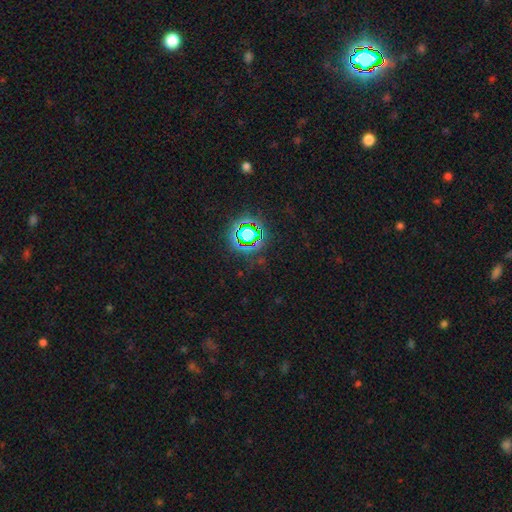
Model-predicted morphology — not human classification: Smooth or featured? Predicted: star or artifact (p=0.78).